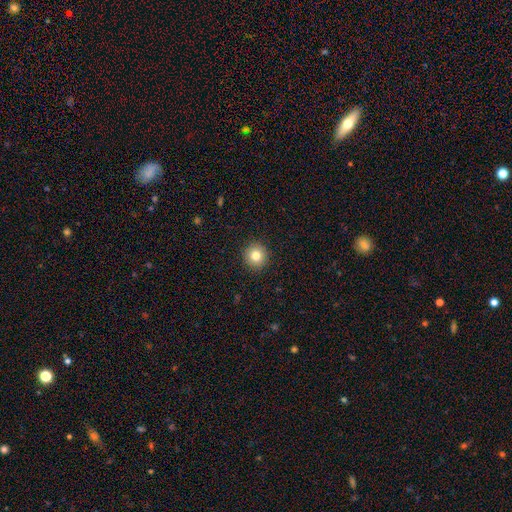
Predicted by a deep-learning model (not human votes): smooth 81%, star or artifact 11%, featured or disk 8%. Down the decision tree: how rounded — round (94%); merging — none (92%).